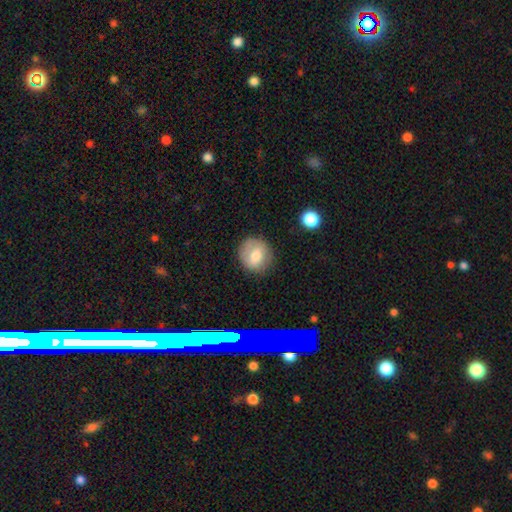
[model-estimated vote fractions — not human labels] Smooth or featured? smooth (70%)
How rounded? round (81%)
Merging? none (79%)